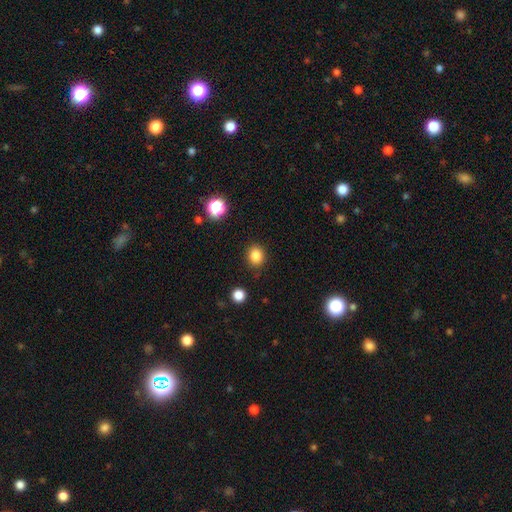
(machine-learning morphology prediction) smooth-or-featured: smooth: 84% | star or artifact: 11% | featured or disk: 4%
  how-rounded: round: 72% | in between: 27% | cigar-shaped: 1%
  merging: none: 87% | minor disturbance: 9% | major disturbance: 3% | merger: 2%